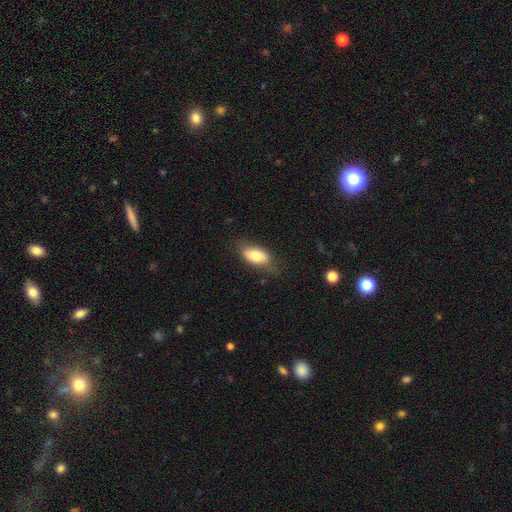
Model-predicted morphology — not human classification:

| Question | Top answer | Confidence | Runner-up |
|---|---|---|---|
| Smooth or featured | smooth | 75% | featured or disk (19%) |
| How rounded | in between | 88% | cigar-shaped (9%) |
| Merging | none | 70% | minor disturbance (22%) |